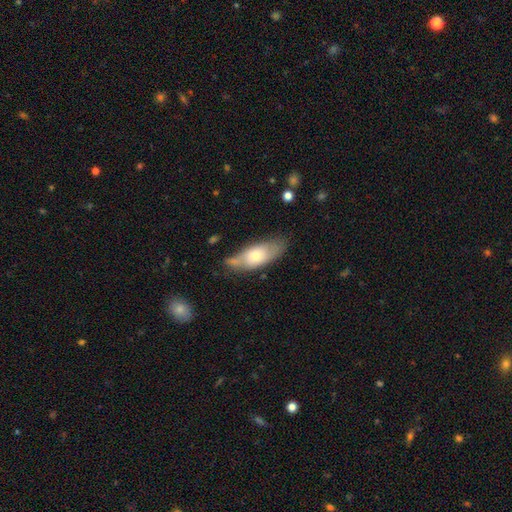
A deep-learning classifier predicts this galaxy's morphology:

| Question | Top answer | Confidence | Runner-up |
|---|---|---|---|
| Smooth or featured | smooth | 58% | featured or disk (36%) |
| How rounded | in between | 79% | cigar-shaped (18%) |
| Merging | none | 56% | minor disturbance (27%) |